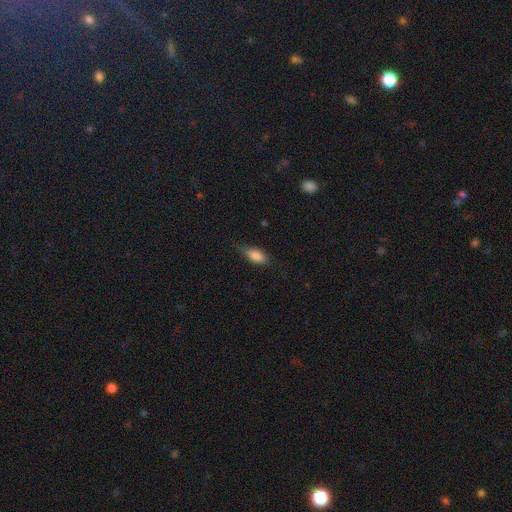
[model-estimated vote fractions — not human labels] Morphology: type=smooth (82%); roundness=in between (83%); merging=none (66%).